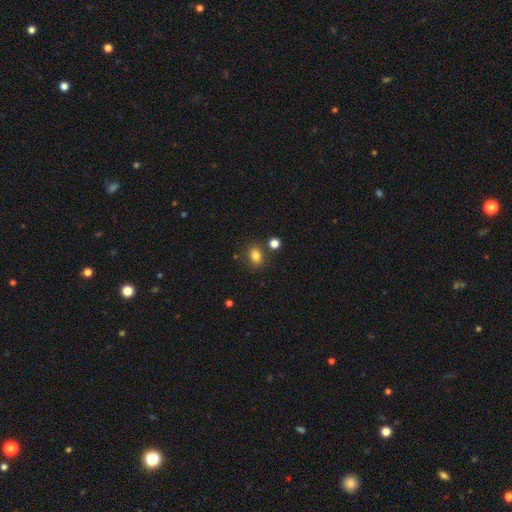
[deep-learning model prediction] smooth_or_featured: smooth (p=0.82) [alt: star or artifact p=0.12]
how_rounded: in between (p=0.57) [alt: round p=0.41]
merging: none (p=0.77) [alt: minor disturbance p=0.11]